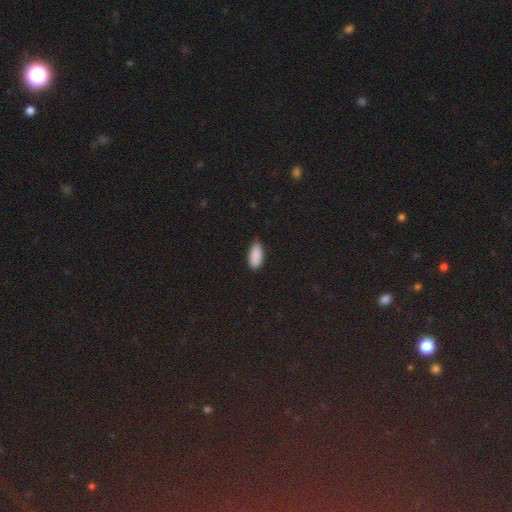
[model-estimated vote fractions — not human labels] This is clearly a smooth galaxy (89%). How rounded: clearly in between (85%). Merging: clearly none (82%).